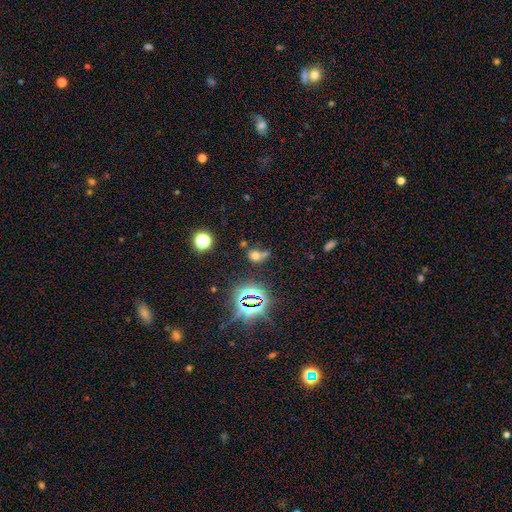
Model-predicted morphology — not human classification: A smooth galaxy with no disk features (53%) that is round (50%).

Vote fractions:
- Smooth or featured? smooth: 53% / star or artifact: 33% / featured or disk: 13%
- How rounded? round: 50% / in between: 46% / cigar-shaped: 3%
- Merging? none: 42% / merger: 28% / minor disturbance: 16% / major disturbance: 14%